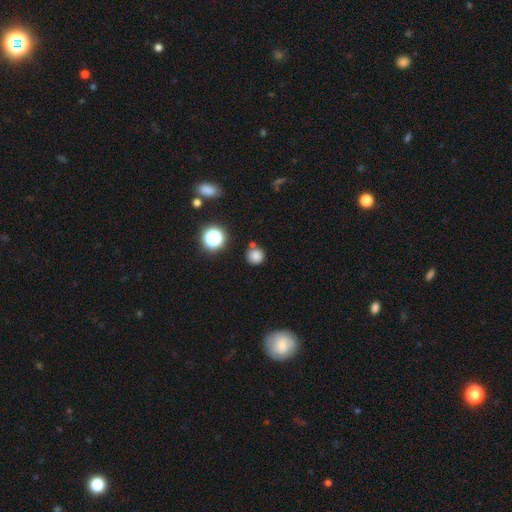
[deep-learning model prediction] Smooth or featured? smooth (79%)
How rounded? round (93%)
Merging? none (76%)